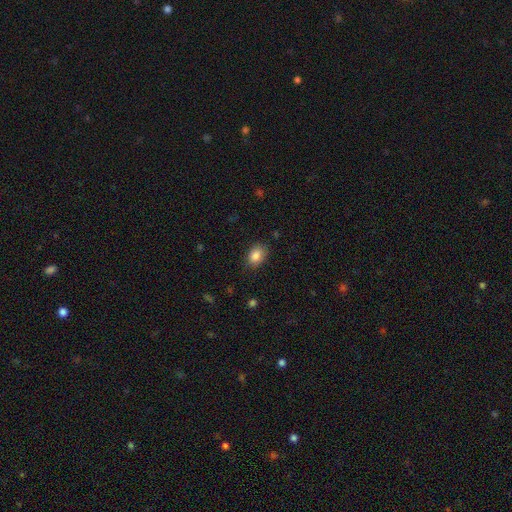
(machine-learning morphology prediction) A smooth galaxy with no disk features (86%) that is in between round and cigar-shaped (74%).

Vote fractions:
- Smooth or featured? smooth: 86% / star or artifact: 9% / featured or disk: 5%
- How rounded? in between: 74% / round: 25% / cigar-shaped: 1%
- Merging? none: 82% / minor disturbance: 13% / major disturbance: 3% / merger: 1%